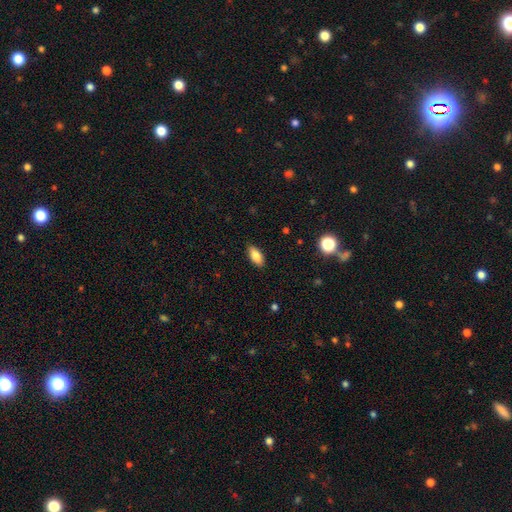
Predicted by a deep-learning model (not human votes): Overall: smooth (83%). How rounded: in between (88%). Merging: none (89%).